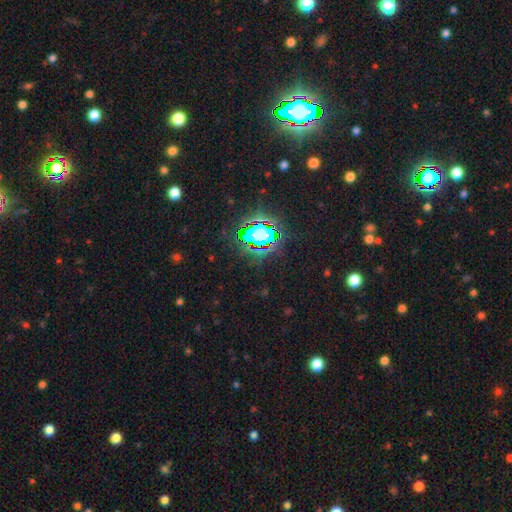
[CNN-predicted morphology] This appears to be a star or artifact, not a galaxy (82%).